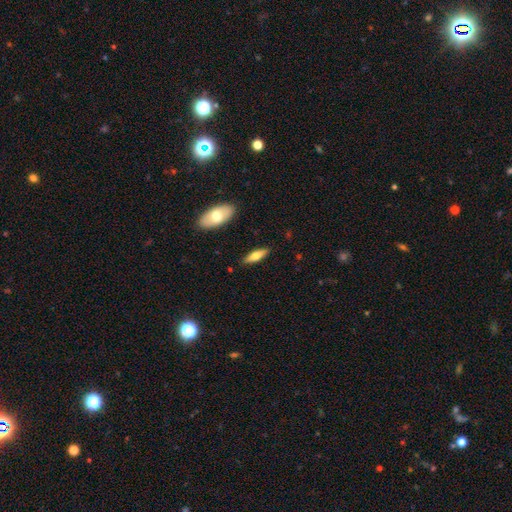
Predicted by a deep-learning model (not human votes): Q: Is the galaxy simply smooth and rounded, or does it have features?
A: smooth — 64%.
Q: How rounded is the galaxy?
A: in between — 50%.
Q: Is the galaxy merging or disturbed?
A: none — 87%.